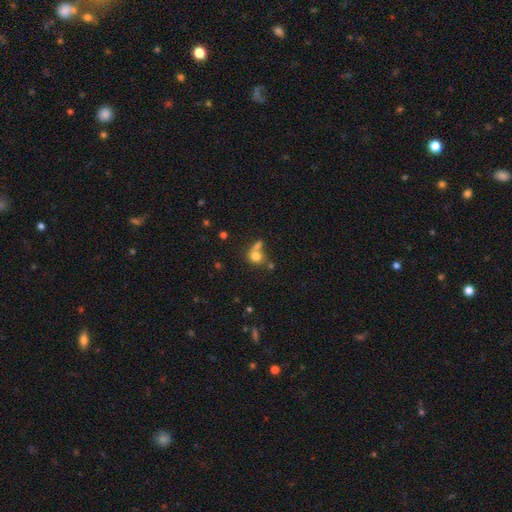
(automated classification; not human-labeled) Smooth or featured? Predicted: smooth (p=0.76). How rounded? Predicted: round (p=0.72). Merging? Predicted: merger (p=0.44).